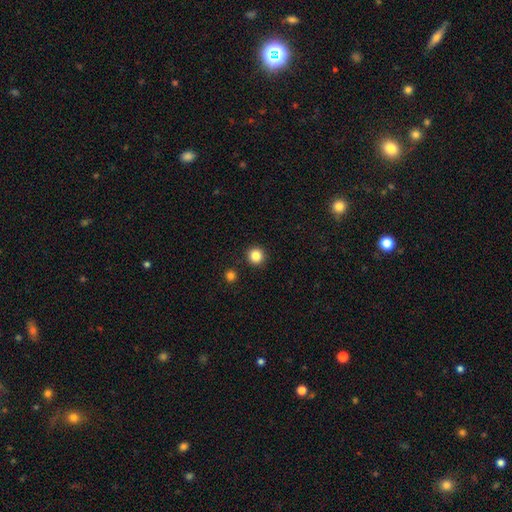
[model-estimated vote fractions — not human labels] Smooth or featured? smooth (85%)
How rounded? round (95%)
Merging? none (91%)